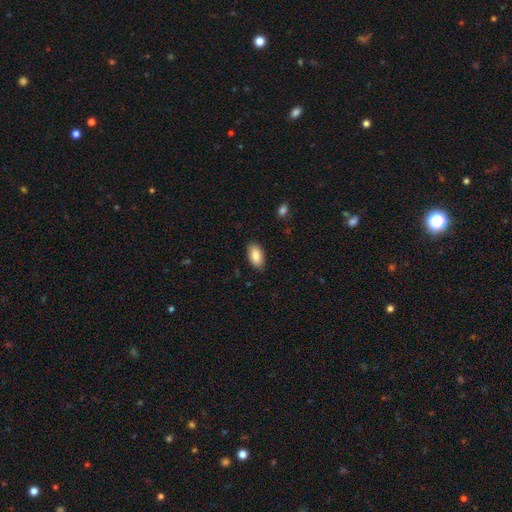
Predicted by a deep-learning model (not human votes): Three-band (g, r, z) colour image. It shows a smooth galaxy with no disk features (87%) that is in between round and cigar-shaped (94%). Merging: none (87%).